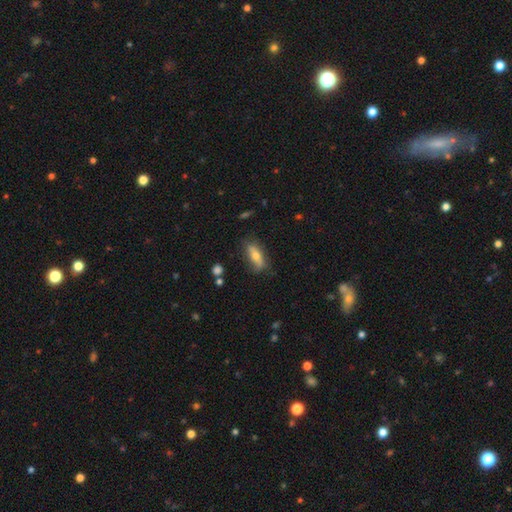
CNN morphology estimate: Smooth or featured? smooth (56%)
How rounded? in between (61%)
Merging? none (71%)